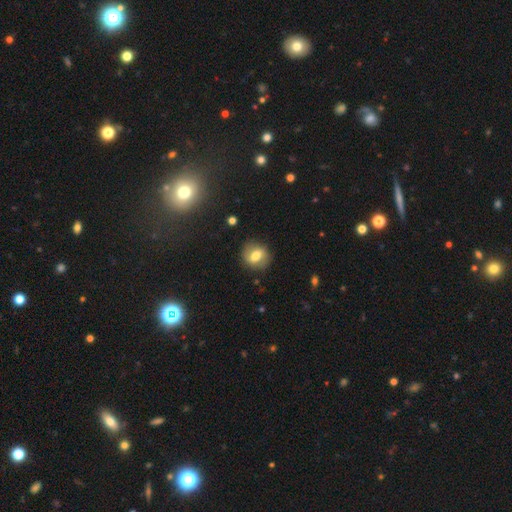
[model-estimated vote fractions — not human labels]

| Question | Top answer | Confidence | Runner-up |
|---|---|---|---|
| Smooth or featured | smooth | 63% | featured or disk (27%) |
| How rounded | round | 66% | in between (32%) |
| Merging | none | 82% | minor disturbance (12%) |